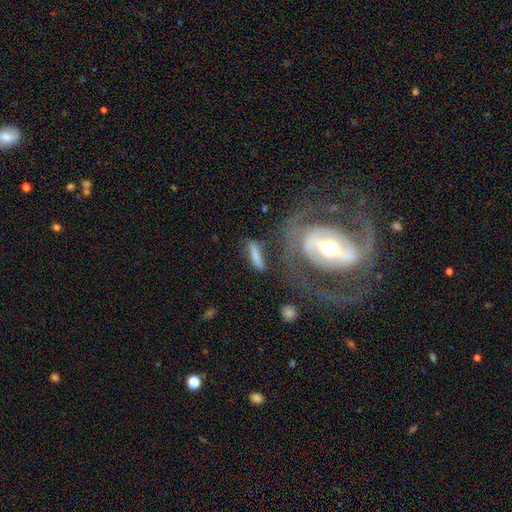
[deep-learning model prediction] Smooth or featured?
  - smooth: 71% *
  - featured or disk: 22%
  - star or artifact: 8%
How rounded?
  - cigar-shaped: 71% *
  - in between: 25%
  - round: 4%
Merging?
  - none: 56% *
  - minor disturbance: 18%
  - merger: 14%
  - major disturbance: 12%